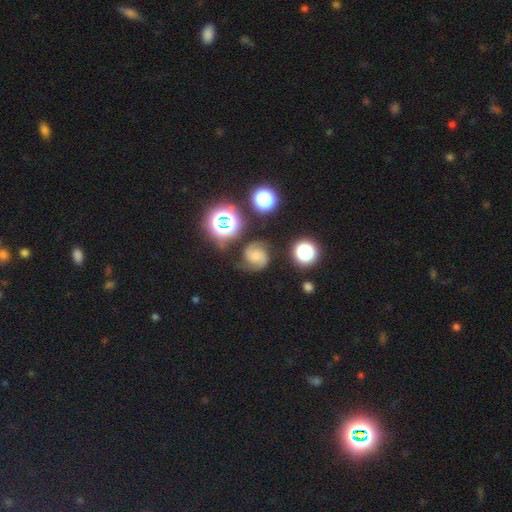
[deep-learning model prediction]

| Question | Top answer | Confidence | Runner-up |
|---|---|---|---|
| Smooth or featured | featured or disk | 74% | smooth (13%) |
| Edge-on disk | no | 98% | yes (2%) |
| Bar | no | 66% | weak (28%) |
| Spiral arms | yes | 97% | no (3%) |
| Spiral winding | medium | 51% | tight (32%) |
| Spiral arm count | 2 | 81% | 3 (7%) |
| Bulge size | small | 47% | moderate (30%) |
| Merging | none | 64% | minor disturbance (21%) |